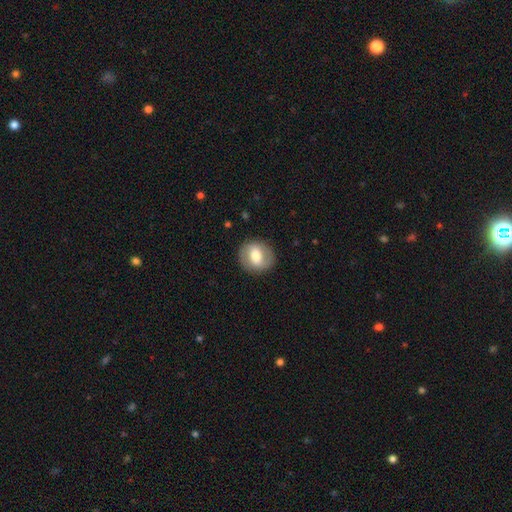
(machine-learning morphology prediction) Smooth or featured? smooth (54%)
How rounded? round (73%)
Merging? none (86%)